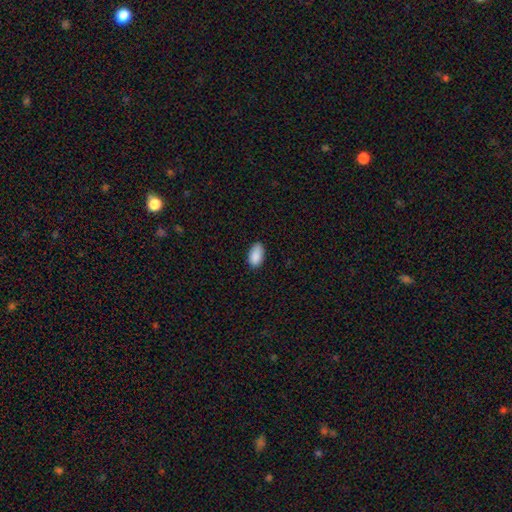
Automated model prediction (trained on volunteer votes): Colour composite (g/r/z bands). It shows a smooth galaxy with no disk features (89%) that is in between round and cigar-shaped (94%). Merging: none (79%).